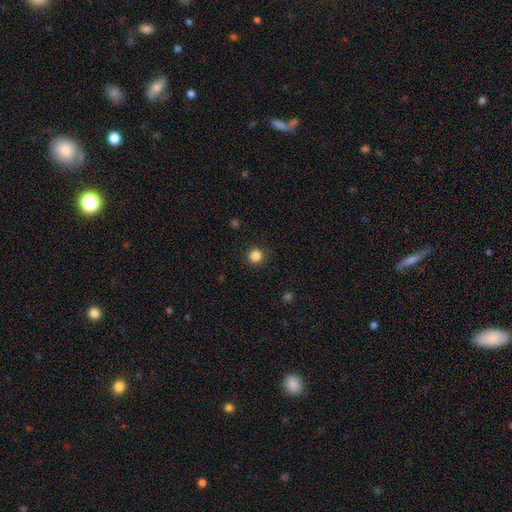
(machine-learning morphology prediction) The model was most divided on "smooth or featured": smooth: 85%, star or artifact: 12%, featured or disk: 3%. More confident: how rounded — round (94%); merging — none (92%).